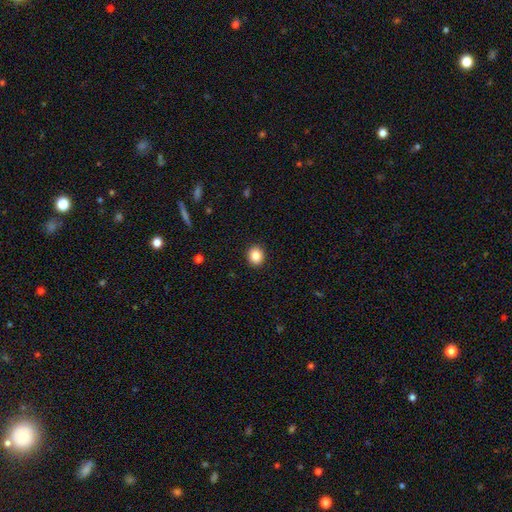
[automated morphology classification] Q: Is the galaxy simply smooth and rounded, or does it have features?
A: smooth — 86%.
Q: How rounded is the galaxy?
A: round — 72%.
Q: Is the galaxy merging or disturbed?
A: none — 92%.